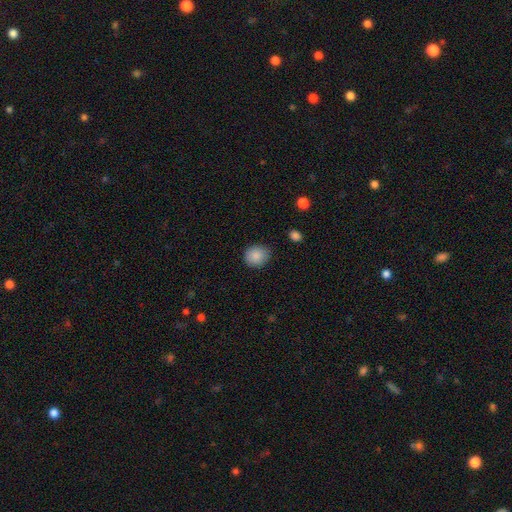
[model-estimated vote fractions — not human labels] smooth 87%, star or artifact 8%, featured or disk 4%. Down the decision tree: how rounded — round (81%); merging — none (84%).